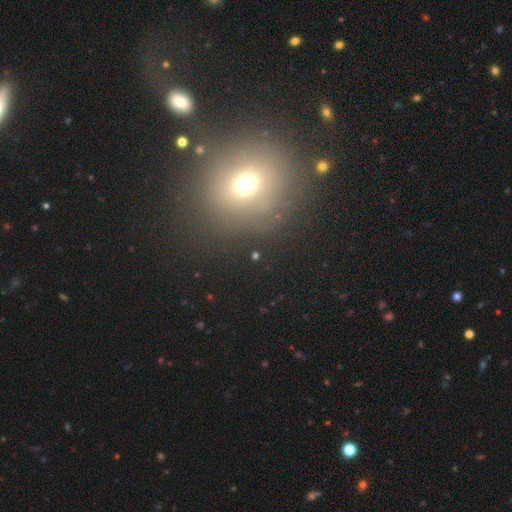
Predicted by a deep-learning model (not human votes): smooth 56%, star or artifact 29%, featured or disk 15%. Down the decision tree: how rounded — round (80%); merging — none (81%).